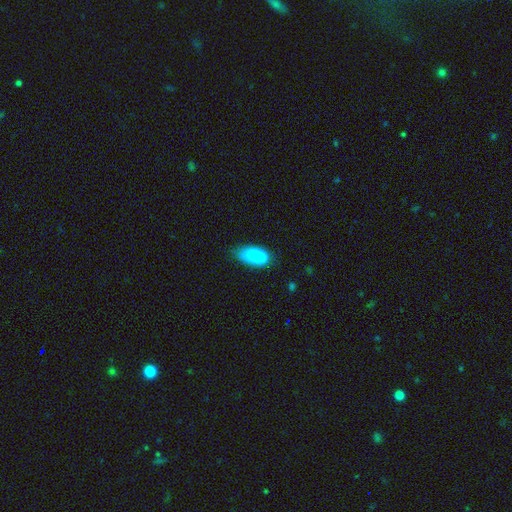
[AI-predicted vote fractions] Morphology: type=smooth (87%); roundness=in between (88%); merging=none (61%).